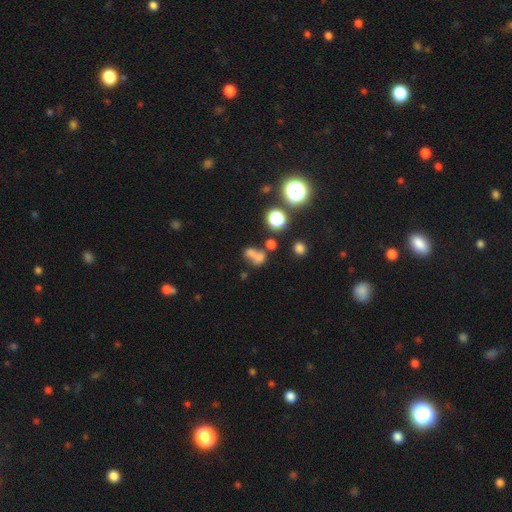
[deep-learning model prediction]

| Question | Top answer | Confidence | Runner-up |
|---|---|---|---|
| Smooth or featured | smooth | 57% | star or artifact (24%) |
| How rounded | in between | 53% | round (44%) |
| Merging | merger | 47% | none (29%) |